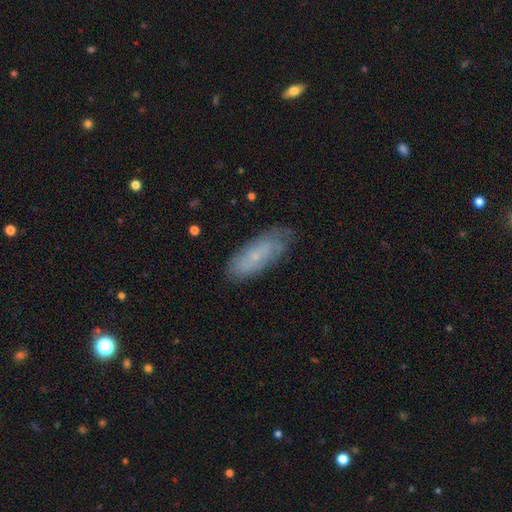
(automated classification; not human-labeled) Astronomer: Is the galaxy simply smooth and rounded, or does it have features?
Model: smooth — 47% (runner-up: featured or disk, 44%).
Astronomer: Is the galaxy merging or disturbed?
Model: none — 75%.